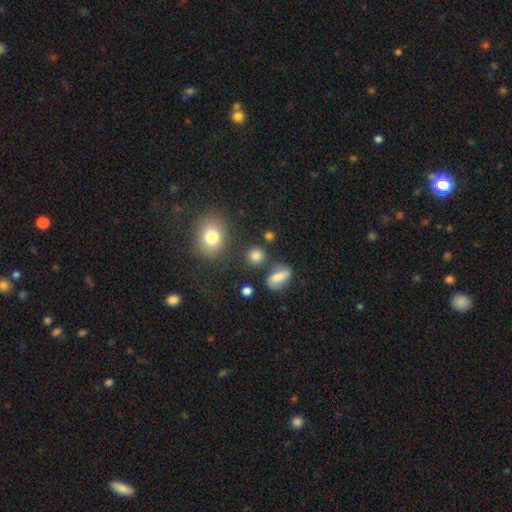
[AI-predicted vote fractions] A smooth galaxy with no disk features (81%) that is round (82%). Merging: none (76%).